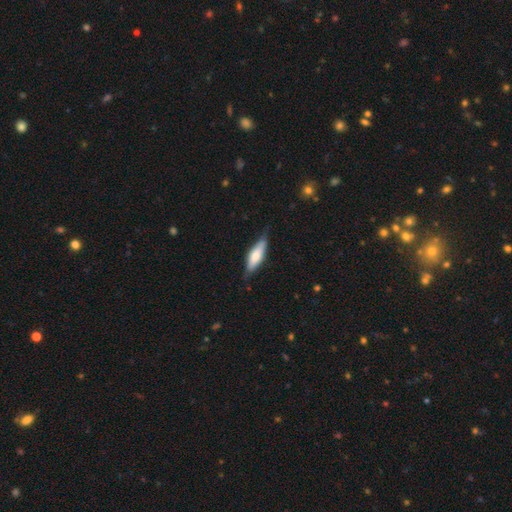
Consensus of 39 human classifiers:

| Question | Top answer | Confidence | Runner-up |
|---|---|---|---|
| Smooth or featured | smooth | 49% | tied: featured or disk (49%) |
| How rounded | cigar-shaped | 58% | in between (42%) |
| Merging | none | 74% | minor disturbance (18%) |